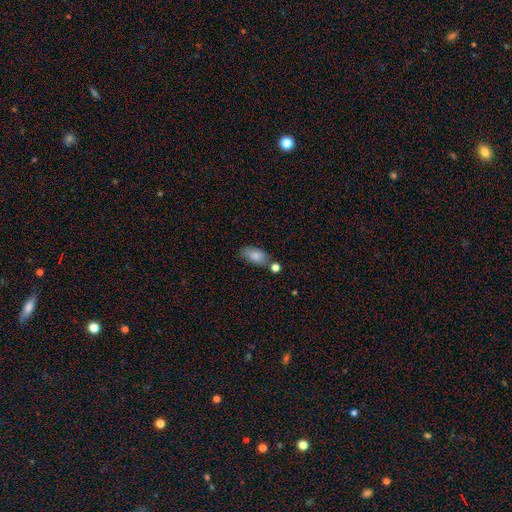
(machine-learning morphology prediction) smooth 82%, featured or disk 11%, star or artifact 8%. Down the decision tree: how rounded — in between (90%); merging — none (64%).